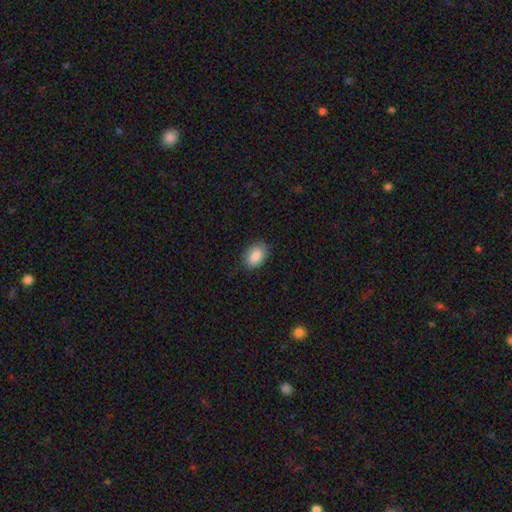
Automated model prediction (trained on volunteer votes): This appears to be a smooth galaxy with no disk features (87%) that is in between round and cigar-shaped (87%). Merging: none (83%).